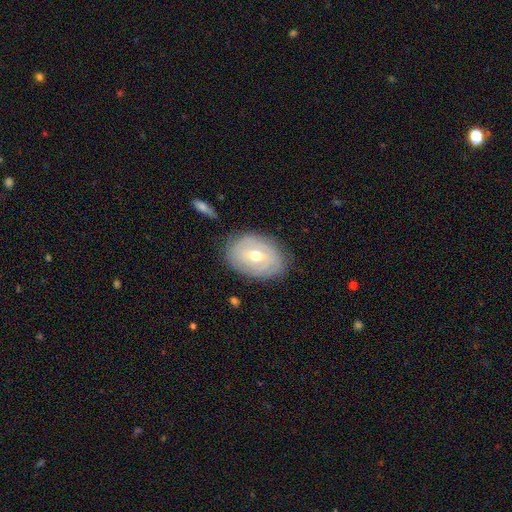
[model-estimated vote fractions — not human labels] Q: Smooth or featured?
A: featured or disk (63%); runner-up: smooth (30%)
Q: Edge-on disk?
A: no (93%); runner-up: yes (7%)
Q: Bar?
A: no (49%); runner-up: weak (39%)
Q: Spiral arms?
A: yes (61%); runner-up: no (39%)
Q: Bulge size?
A: moderate (72%); runner-up: small (22%)
Q: Merging?
A: none (79%); runner-up: minor disturbance (15%)